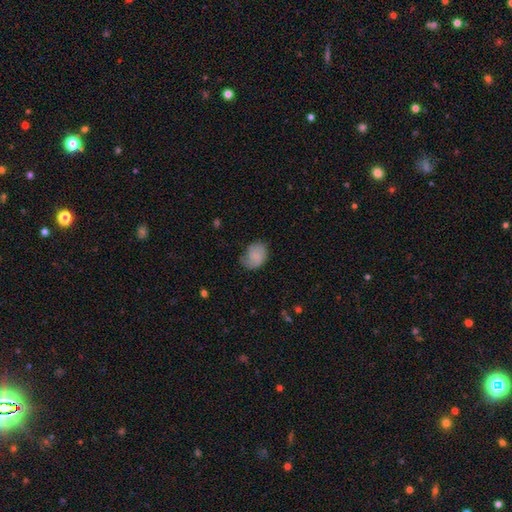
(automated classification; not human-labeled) Smooth or featured? smooth (74%)
How rounded? in between (62%)
Merging? none (51%)